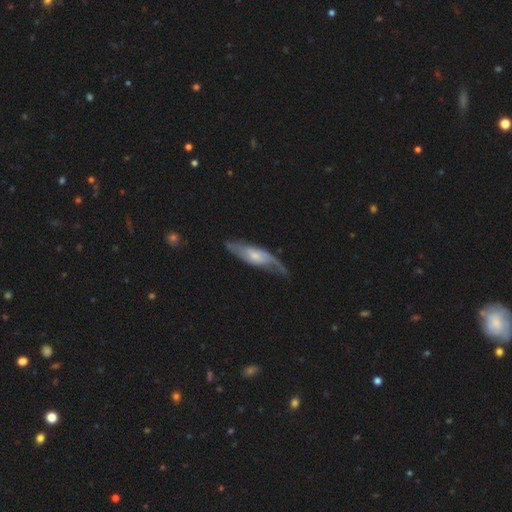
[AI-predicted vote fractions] Morphology: type=featured or disk (63%); edge-on=no (69%); merging=none (58%).